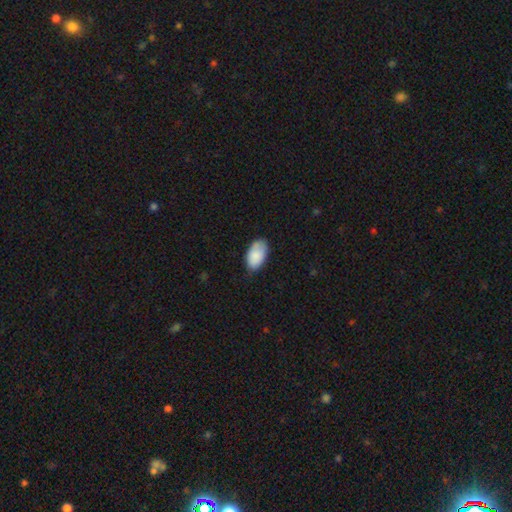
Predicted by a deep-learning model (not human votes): smooth-or-featured: smooth: 86% | featured or disk: 8% | star or artifact: 6%
  how-rounded: in between: 95% | round: 4% | cigar-shaped: 1%
  merging: none: 71% | minor disturbance: 24% | major disturbance: 4% | merger: 1%